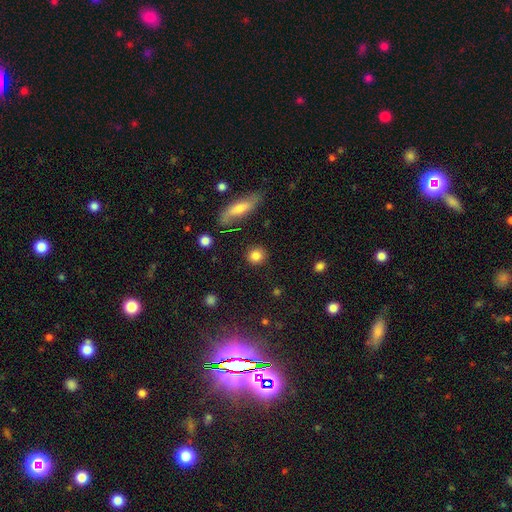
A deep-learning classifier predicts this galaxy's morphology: smooth_or_featured: smooth (p=0.84) [alt: star or artifact p=0.09]
how_rounded: round (p=0.86) [alt: in between p=0.12]
merging: none (p=0.88) [alt: minor disturbance p=0.07]